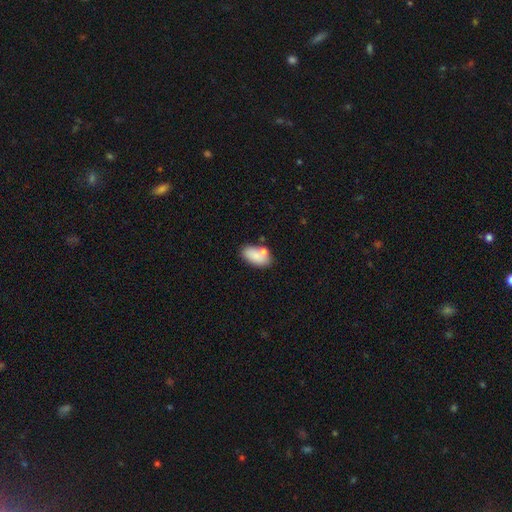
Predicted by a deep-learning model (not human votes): Smooth or featured? smooth (81%)
How rounded? in between (92%)
Merging? none (62%)